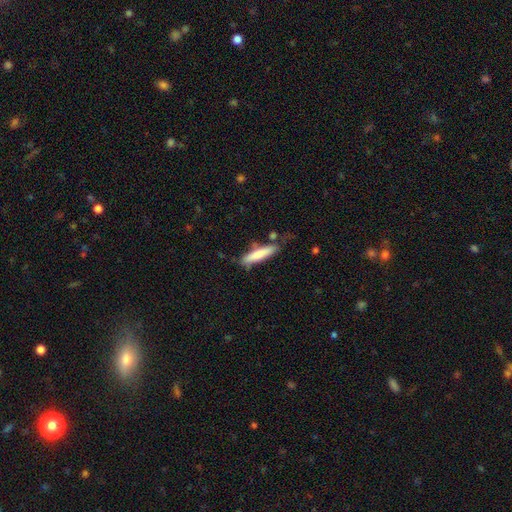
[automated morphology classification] Smooth or featured?
  - smooth: 72% *
  - featured or disk: 22%
  - star or artifact: 6%
How rounded?
  - cigar-shaped: 84% *
  - in between: 15%
  - round: 1%
Merging?
  - none: 70% *
  - minor disturbance: 20%
  - merger: 6%
  - major disturbance: 5%